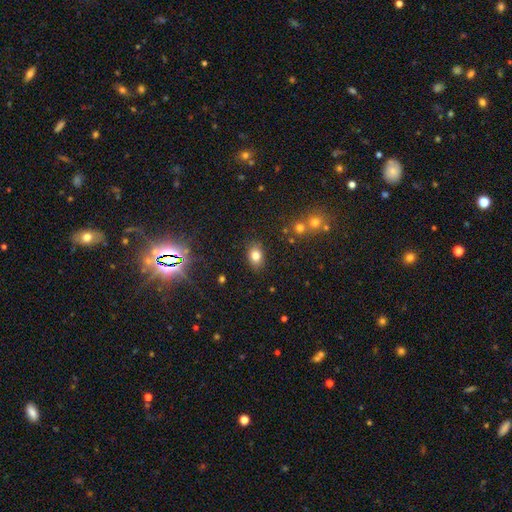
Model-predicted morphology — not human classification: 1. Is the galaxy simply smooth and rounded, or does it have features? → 79% smooth, 12% star or artifact, 9% featured or disk.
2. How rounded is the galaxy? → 79% in between, 20% round, 1% cigar-shaped.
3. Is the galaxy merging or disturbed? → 86% none, 10% minor disturbance, 2% major disturbance, 2% merger.